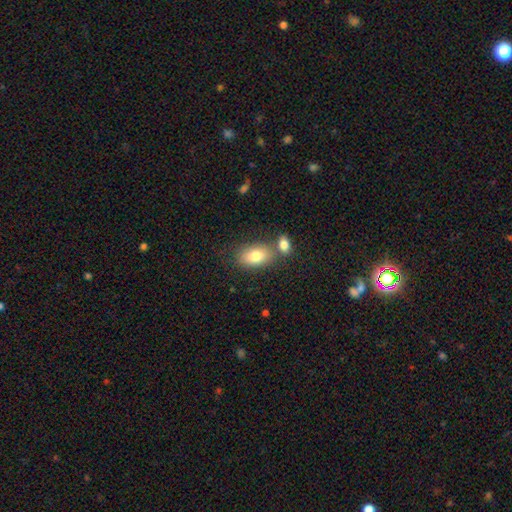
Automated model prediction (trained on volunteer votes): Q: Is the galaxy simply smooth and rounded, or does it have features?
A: smooth — 79%.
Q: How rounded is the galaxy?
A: in between — 90%.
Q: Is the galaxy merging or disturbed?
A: none — 60%.